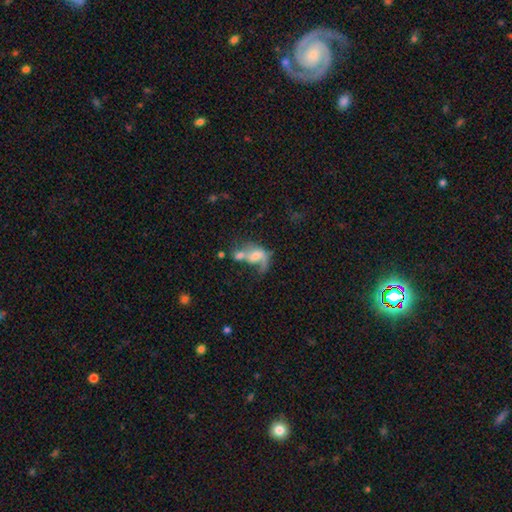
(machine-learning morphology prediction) Smooth or featured? Predicted: featured or disk (p=0.54). Edge-on disk? Predicted: no (p=0.96). Bar? Predicted: no (p=0.64). Spiral arms? Predicted: yes (p=0.65). Bulge size? Predicted: moderate (p=0.37). Merging? Predicted: merger (p=0.50).